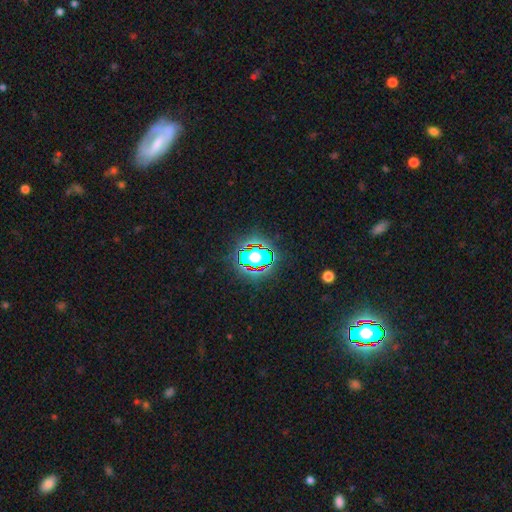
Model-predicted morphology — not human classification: Overall: star or artifact (77%).